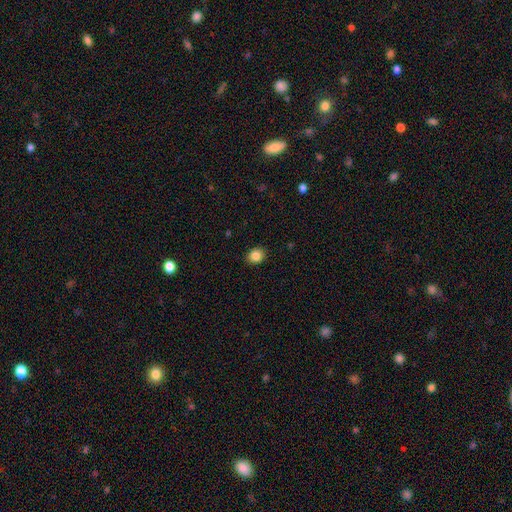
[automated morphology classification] Q: Smooth or featured?
A: smooth (85%); runner-up: star or artifact (10%)
Q: How rounded?
A: round (58%); runner-up: in between (41%)
Q: Merging?
A: none (89%); runner-up: minor disturbance (8%)